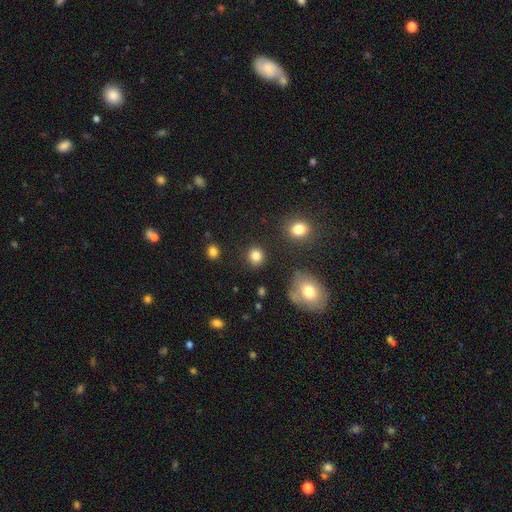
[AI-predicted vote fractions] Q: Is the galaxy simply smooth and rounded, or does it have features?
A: smooth — 85%.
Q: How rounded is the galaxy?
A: round — 86%.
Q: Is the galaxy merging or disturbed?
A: none — 88%.